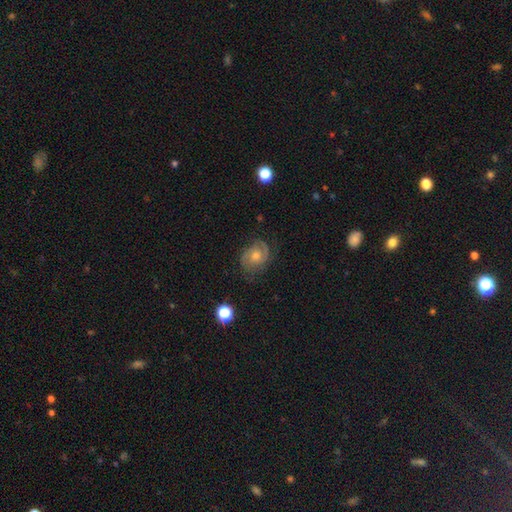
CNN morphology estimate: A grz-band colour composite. It shows a featured or disk galaxy (75%) with no bar (72%), 2 (69%) tight (52%) spiral arms (93%) and a moderate central bulge (61%). Merging: none (78%).